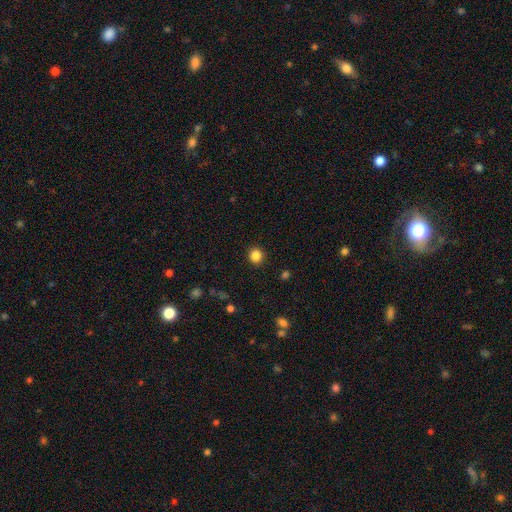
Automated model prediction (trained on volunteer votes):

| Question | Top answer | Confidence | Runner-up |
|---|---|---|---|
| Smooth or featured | smooth | 85% | star or artifact (11%) |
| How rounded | round | 91% | in between (8%) |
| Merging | none | 92% | minor disturbance (5%) |